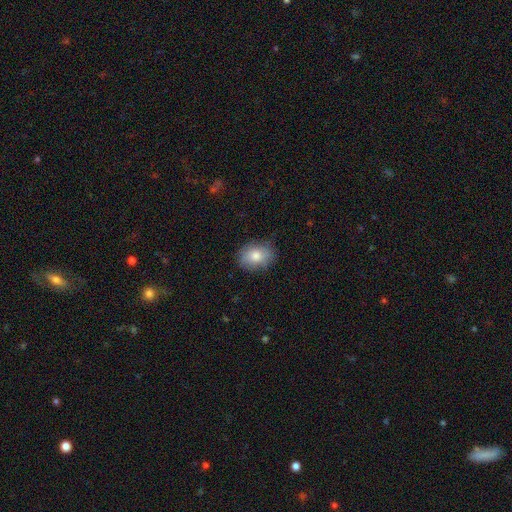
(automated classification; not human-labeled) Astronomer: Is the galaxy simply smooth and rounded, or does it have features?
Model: smooth — 79%.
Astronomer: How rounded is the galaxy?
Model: in between — 71%.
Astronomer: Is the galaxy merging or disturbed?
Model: none — 83%.